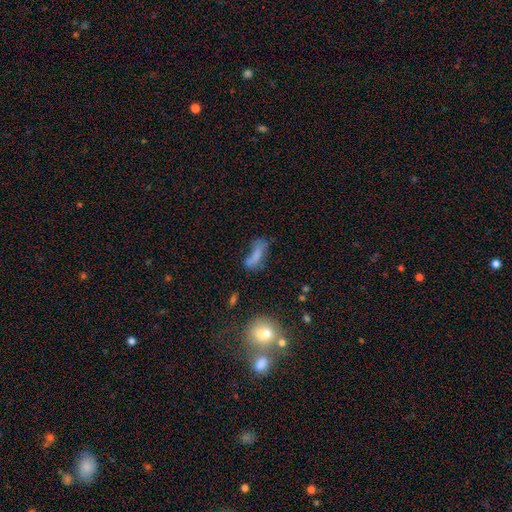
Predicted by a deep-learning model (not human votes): Smooth or featured? Predicted: smooth (p=0.65). How rounded? Predicted: in between (p=0.58). Merging? Predicted: none (p=0.37).